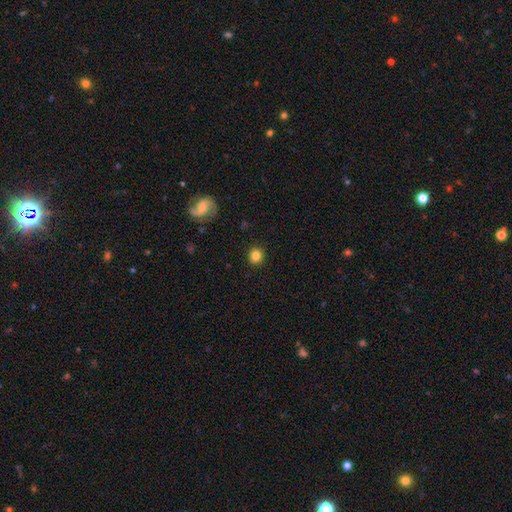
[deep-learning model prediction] A smooth galaxy with no disk features (82%) that is round (88%). Merging: none (91%).